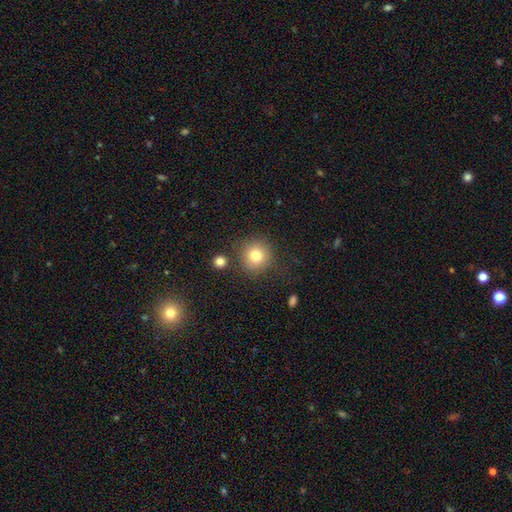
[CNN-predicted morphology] This appears to be a smooth galaxy with no disk features (79%) that is round (92%). Merging: none (81%).